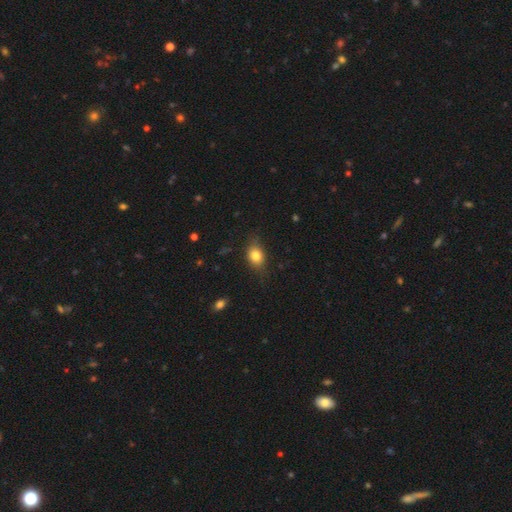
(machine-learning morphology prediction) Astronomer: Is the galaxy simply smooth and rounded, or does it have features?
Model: smooth — 79%.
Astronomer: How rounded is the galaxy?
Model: in between — 65%.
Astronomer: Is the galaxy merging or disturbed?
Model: none — 72%.